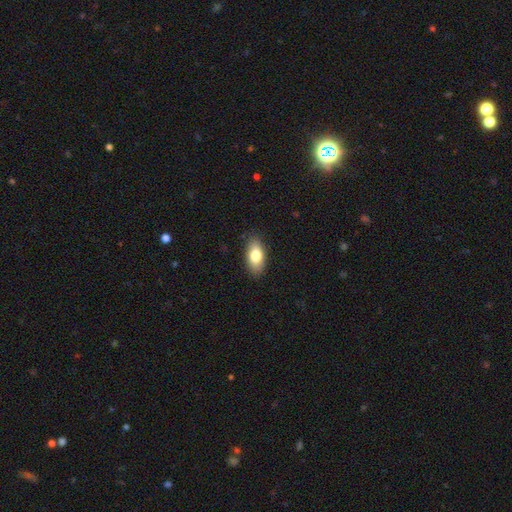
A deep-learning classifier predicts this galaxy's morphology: Smooth or featured?
  - smooth: 80% *
  - featured or disk: 14%
  - star or artifact: 7%
How rounded?
  - in between: 89% *
  - cigar-shaped: 7%
  - round: 4%
Merging?
  - none: 87% *
  - minor disturbance: 10%
  - major disturbance: 2%
  - merger: 1%